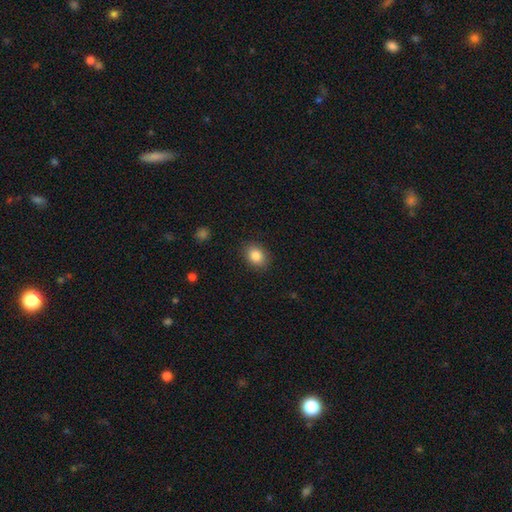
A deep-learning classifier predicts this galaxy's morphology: The model was most divided on "how rounded": in between: 61%, round: 38%, cigar-shaped: 1%. More confident: merging — none (88%); smooth or featured — smooth (85%).